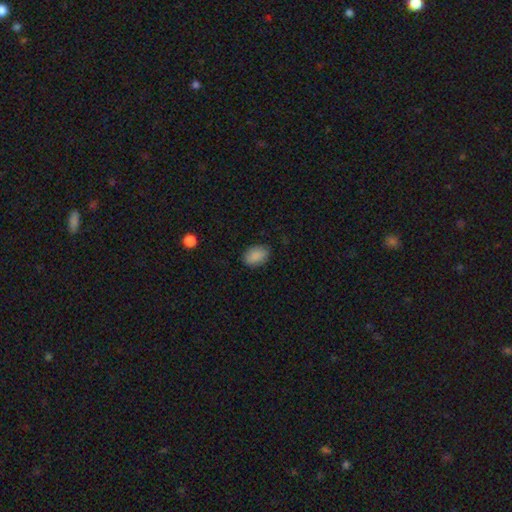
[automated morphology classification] Smooth or featured? Predicted: smooth (p=0.88). How rounded? Predicted: in between (p=0.83). Merging? Predicted: none (p=0.84).